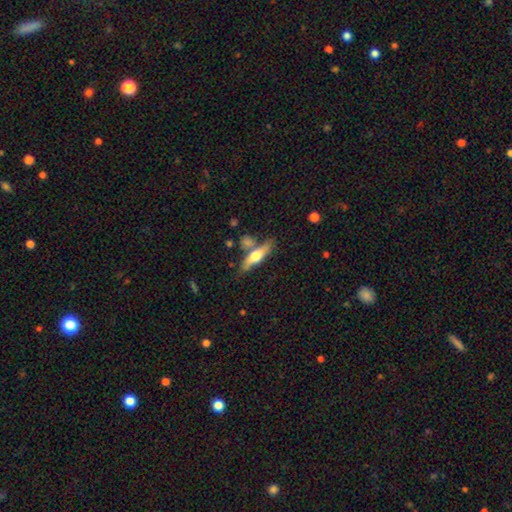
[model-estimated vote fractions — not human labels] Morphology: type=featured or disk (53%); edge-on=yes (90%); merging=none (65%).